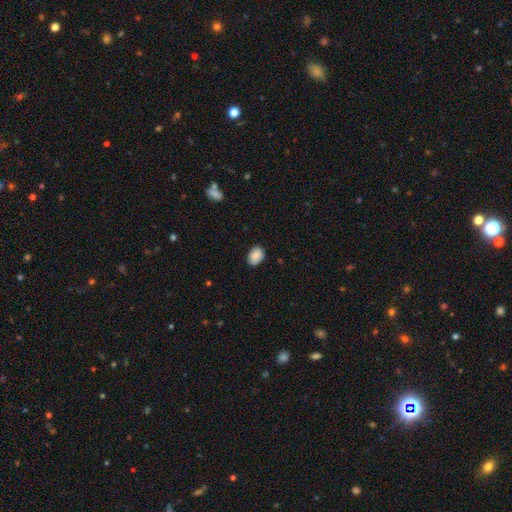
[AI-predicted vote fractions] Overall: smooth (87%). How rounded: in between (77%). Merging: none (84%).